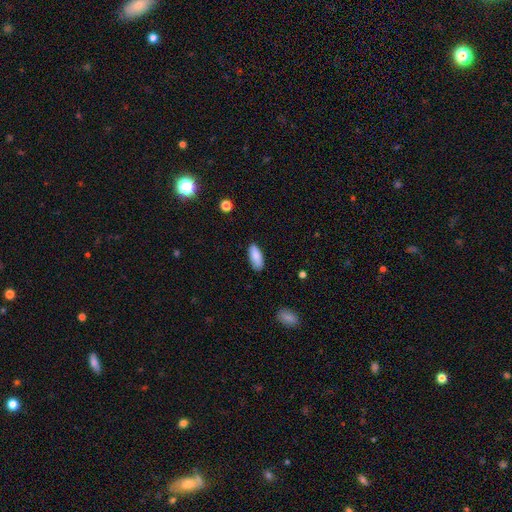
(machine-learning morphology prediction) Overall: smooth (86%). How rounded: in between (81%). Merging: none (82%).